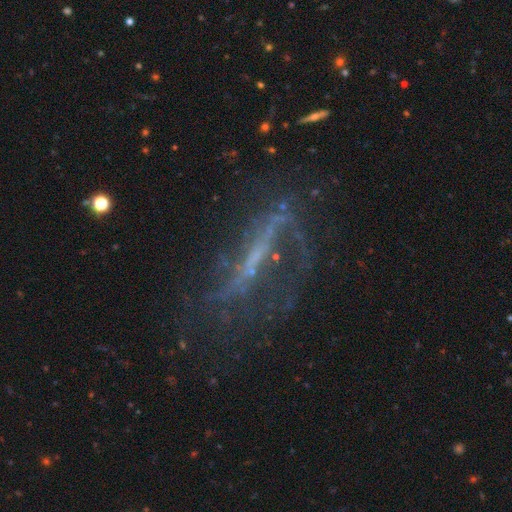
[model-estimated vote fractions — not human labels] This appears to be a featured or disk galaxy (70%). Merging: none (51%).